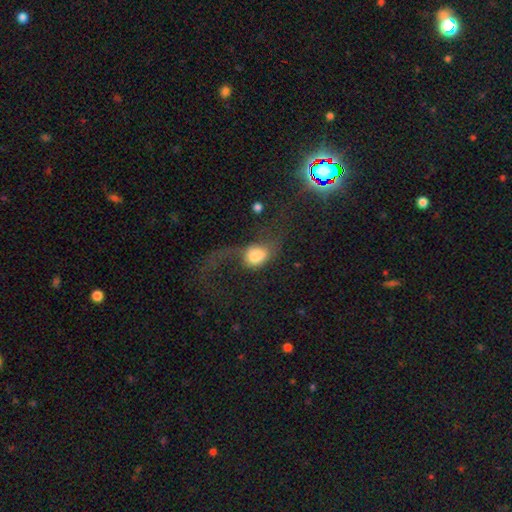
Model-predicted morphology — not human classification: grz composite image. It shows a smooth galaxy with no disk features (63%) that is in between round and cigar-shaped (58%). Merging: major disturbance (61%).